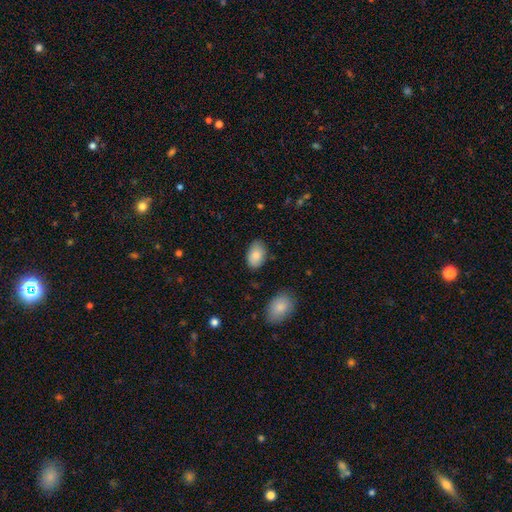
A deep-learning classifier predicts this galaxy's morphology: Overall: smooth (86%). How rounded: in between (92%). Merging: none (81%).